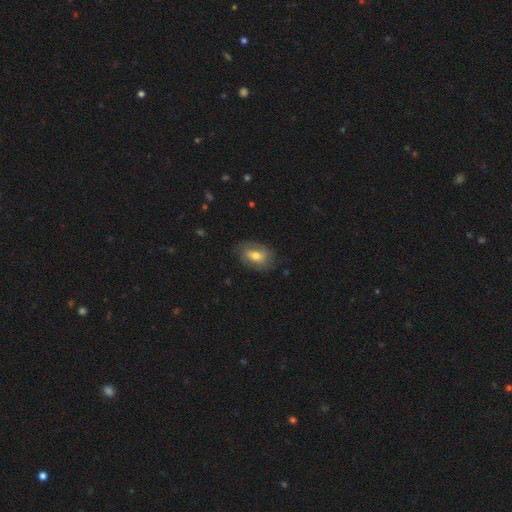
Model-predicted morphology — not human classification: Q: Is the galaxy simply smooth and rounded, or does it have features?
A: smooth — 53%.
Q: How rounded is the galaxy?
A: in between — 77%.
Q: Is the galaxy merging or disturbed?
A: none — 70%.